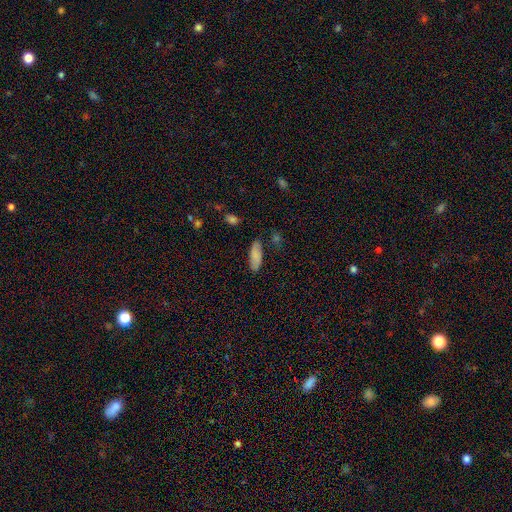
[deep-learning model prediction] Overall: smooth (82%). How rounded: in between (71%). Merging: none (77%).